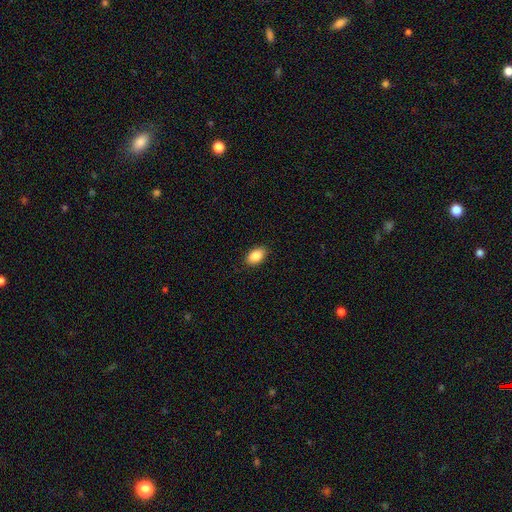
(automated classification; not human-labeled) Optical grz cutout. It shows a smooth galaxy with no disk features (87%) that is in between round and cigar-shaped (92%). Merging: none (88%).